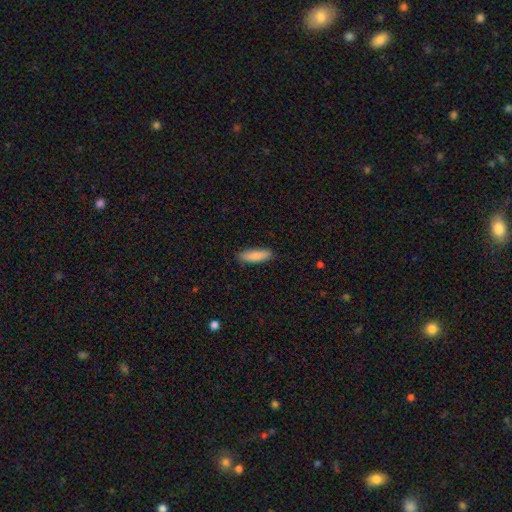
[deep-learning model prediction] This appears to be a smooth galaxy with no disk features (86%) that is cigar-shaped (61%). Merging: none (88%).